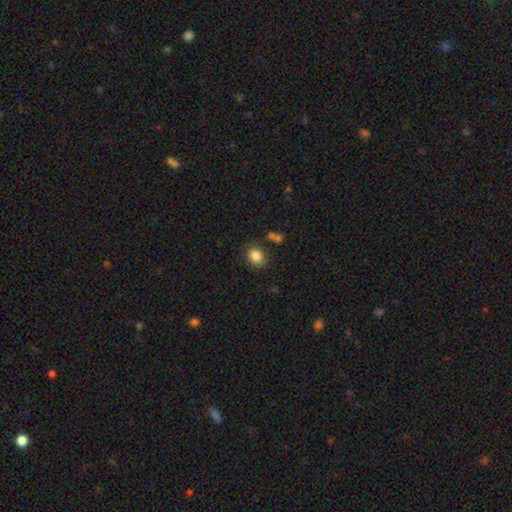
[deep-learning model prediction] Smooth or featured? Predicted: smooth (p=0.86). How rounded? Predicted: round (p=0.59). Merging? Predicted: none (p=0.80).